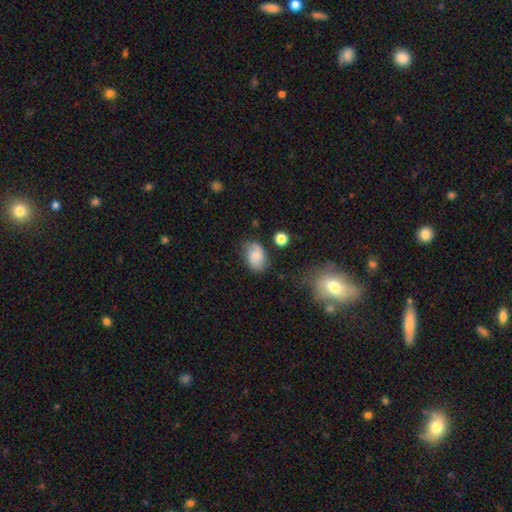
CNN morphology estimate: Smooth or featured: smooth — 65% (featured or disk — 25%)
How rounded: in between — 83% (round — 16%)
Merging: none — 69% (minor disturbance — 22%)